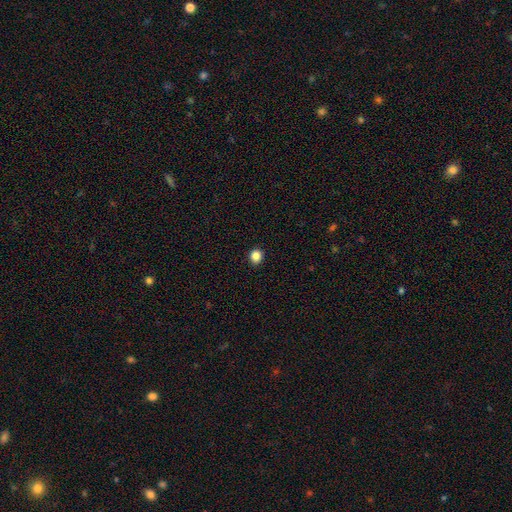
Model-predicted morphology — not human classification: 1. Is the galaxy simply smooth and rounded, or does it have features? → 86% smooth, 11% star or artifact, 3% featured or disk.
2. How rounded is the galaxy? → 80% round, 19% in between, 1% cigar-shaped.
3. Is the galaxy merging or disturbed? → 92% none, 5% minor disturbance, 1% major disturbance, 1% merger.